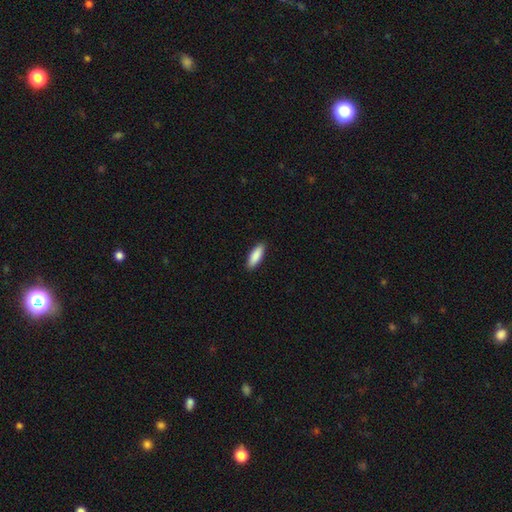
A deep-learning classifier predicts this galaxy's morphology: A smooth galaxy with no disk features (89%) that is in between round and cigar-shaped (59%).

Vote fractions:
- Smooth or featured? smooth: 89% / featured or disk: 6% / star or artifact: 5%
- How rounded? in between: 59% / cigar-shaped: 40% / round: 2%
- Merging? none: 90% / minor disturbance: 7% / major disturbance: 2% / merger: 1%